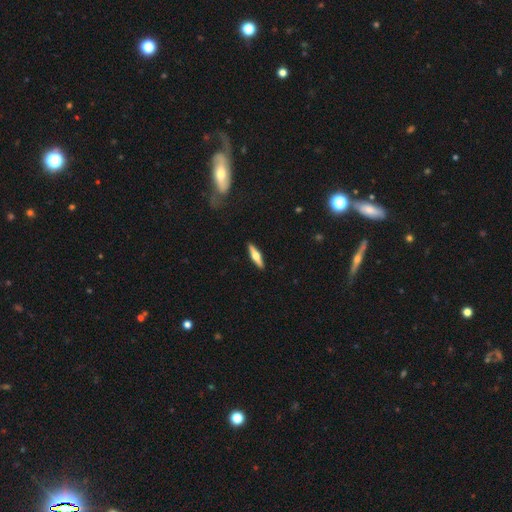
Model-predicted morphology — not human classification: Q: Smooth or featured?
A: featured or disk (58%); runner-up: smooth (36%)
Q: Edge-on disk?
A: yes (95%); runner-up: no (5%)
Q: Edge-on bulge?
A: rounded (94%); runner-up: boxy (4%)
Q: Merging?
A: none (91%); runner-up: minor disturbance (7%)